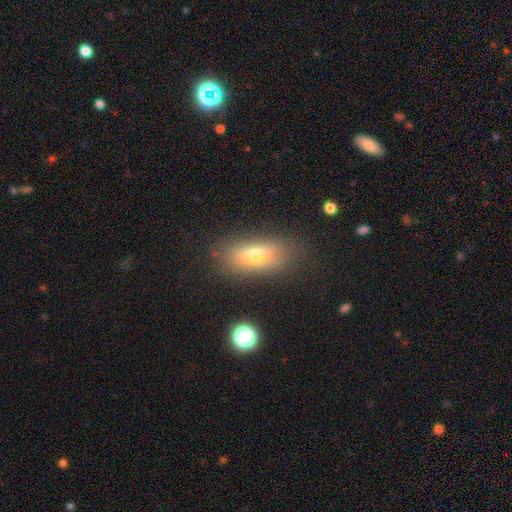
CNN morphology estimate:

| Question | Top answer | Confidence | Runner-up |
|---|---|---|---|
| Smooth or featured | smooth | 67% | featured or disk (23%) |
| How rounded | in between | 77% | cigar-shaped (18%) |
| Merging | none | 75% | minor disturbance (17%) |